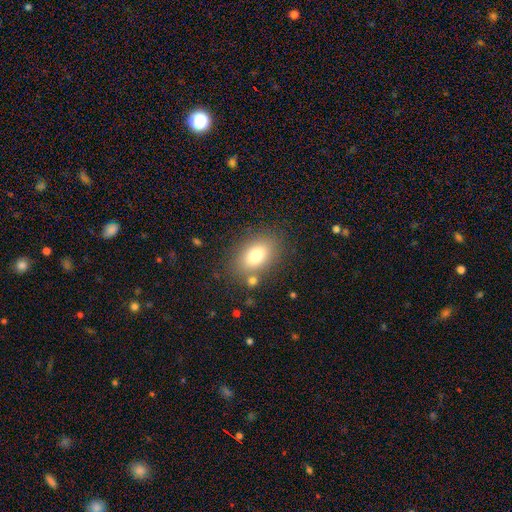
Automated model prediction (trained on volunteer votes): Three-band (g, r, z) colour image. It shows a smooth galaxy with no disk features (78%) that is in between round and cigar-shaped (85%). Merging: none (78%).